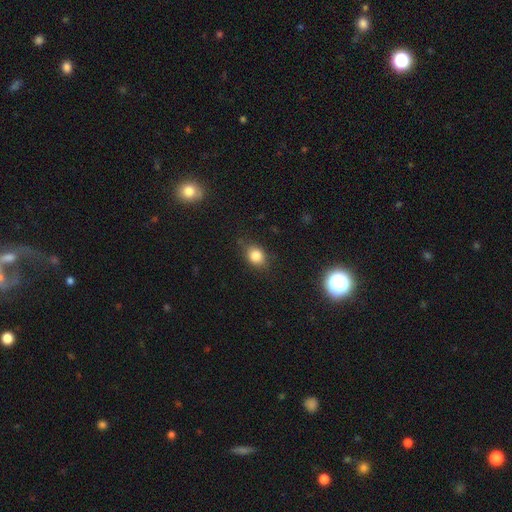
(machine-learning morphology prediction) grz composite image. It shows a smooth galaxy with no disk features (81%) that is in between round and cigar-shaped (52%). Merging: none (77%).